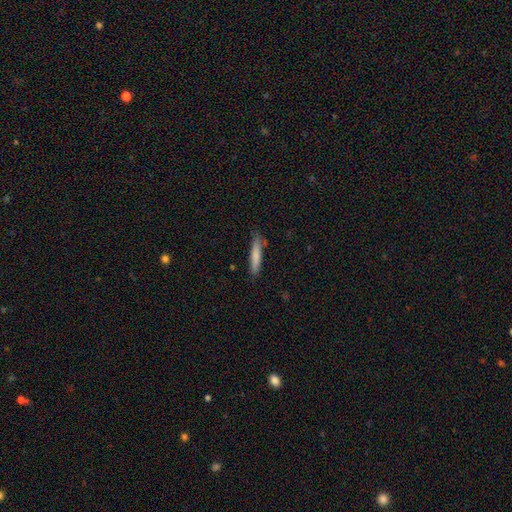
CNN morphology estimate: A smooth galaxy with no disk features (79%) that is cigar-shaped (90%).

Vote fractions:
- Smooth or featured? smooth: 79% / featured or disk: 15% / star or artifact: 6%
- How rounded? cigar-shaped: 90% / in between: 9% / round: 1%
- Merging? none: 81% / minor disturbance: 15% / major disturbance: 3% / merger: 2%